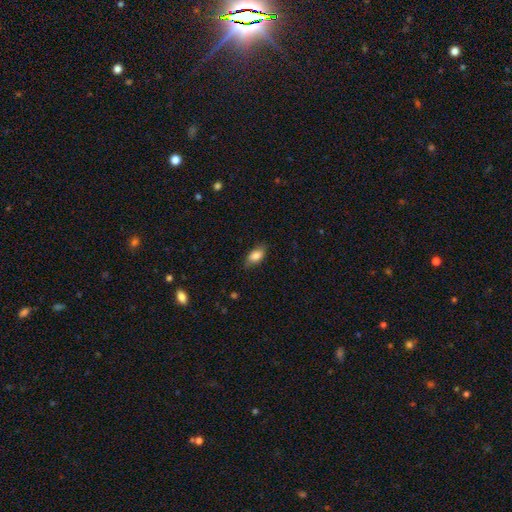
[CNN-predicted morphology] This appears to be a smooth galaxy with no disk features (83%) that is in between round and cigar-shaped (89%). Merging: none (77%).